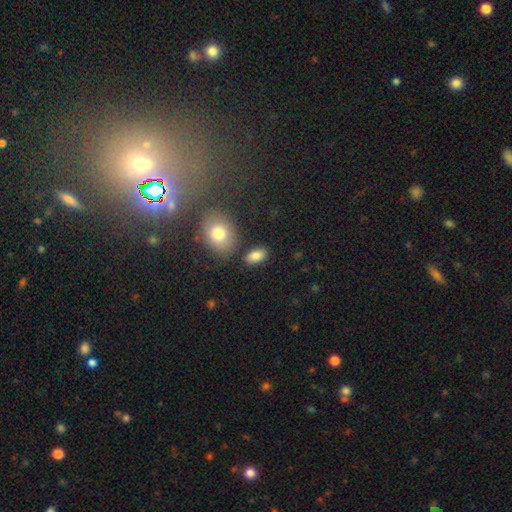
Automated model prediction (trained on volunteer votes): smooth_or_featured: smooth (p=0.85) [alt: star or artifact p=0.08]
how_rounded: in between (p=0.90) [alt: round p=0.07]
merging: none (p=0.81) [alt: minor disturbance p=0.11]